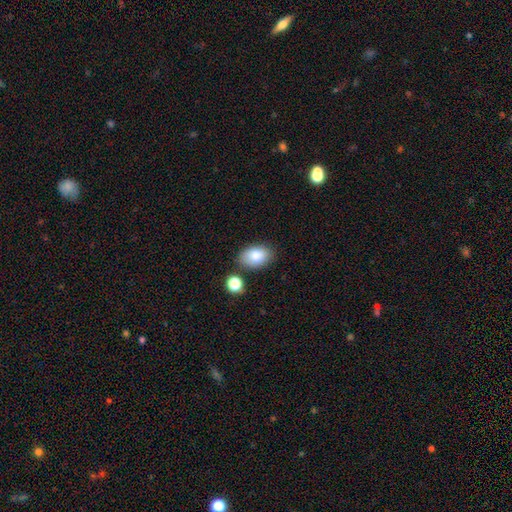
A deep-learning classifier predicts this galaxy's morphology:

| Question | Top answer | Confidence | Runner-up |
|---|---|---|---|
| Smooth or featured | smooth | 84% | featured or disk (9%) |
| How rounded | in between | 88% | round (10%) |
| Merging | none | 78% | minor disturbance (13%) |